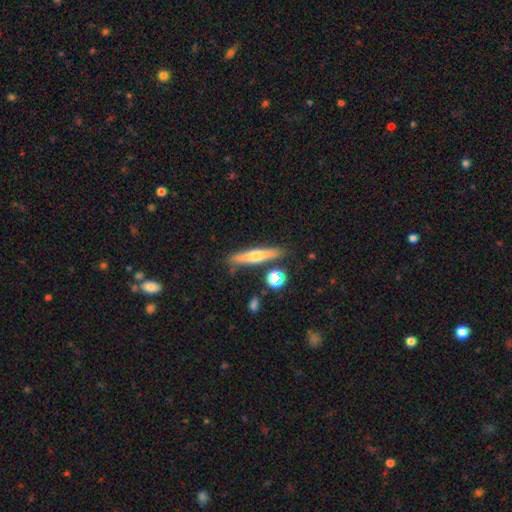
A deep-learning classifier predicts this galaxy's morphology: This is possibly a featured or disk galaxy (50%). Merging: clearly none (83%).